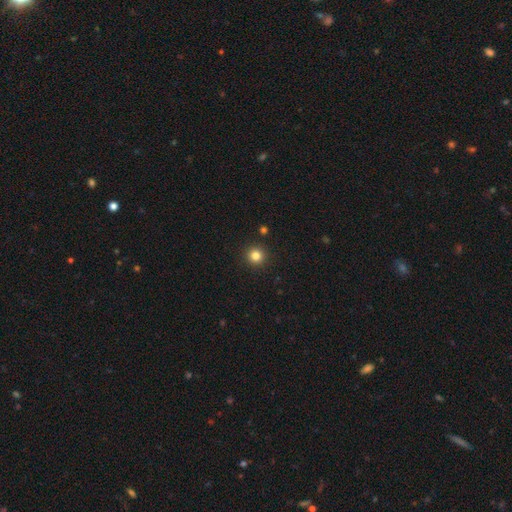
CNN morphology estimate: The model was most divided on "smooth or featured": smooth: 82%, star or artifact: 13%, featured or disk: 5%. More confident: how rounded — round (95%); merging — none (92%).